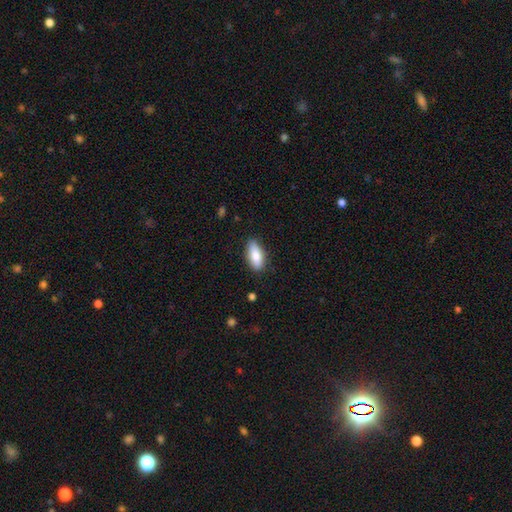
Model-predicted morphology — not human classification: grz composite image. It shows a smooth galaxy with no disk features (81%) that is in between round and cigar-shaped (82%). Merging: none (83%).